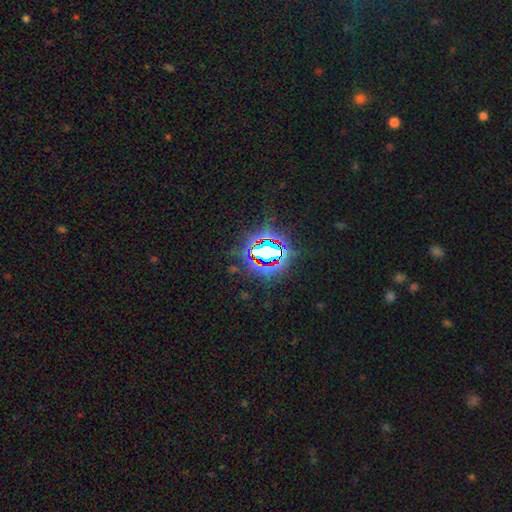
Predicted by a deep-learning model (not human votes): smooth-or-featured: star or artifact: 82% | smooth: 10% | featured or disk: 8%